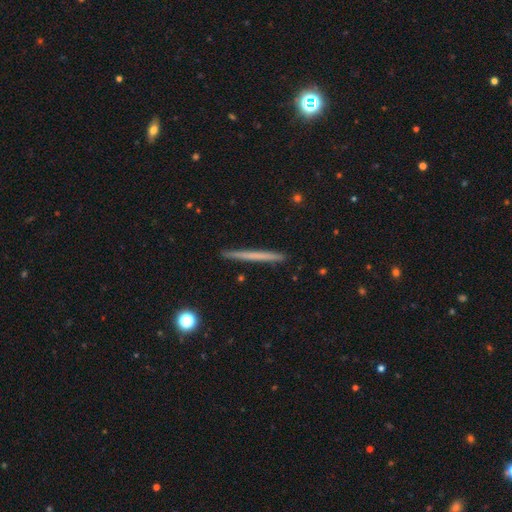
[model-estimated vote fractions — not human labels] Smooth or featured? smooth (55%)
How rounded? cigar-shaped (97%)
Merging? none (92%)